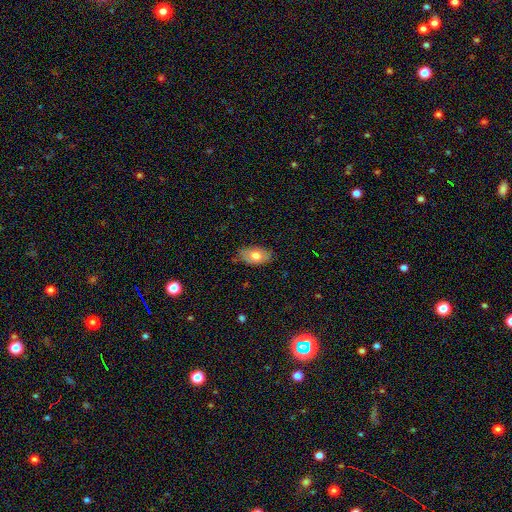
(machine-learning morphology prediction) A smooth galaxy with no disk features (73%) that is in between round and cigar-shaped (92%).

Vote fractions:
- Smooth or featured? smooth: 73% / featured or disk: 20% / star or artifact: 7%
- How rounded? in between: 92% / round: 5% / cigar-shaped: 2%
- Merging? none: 78% / minor disturbance: 18% / major disturbance: 3% / merger: 1%